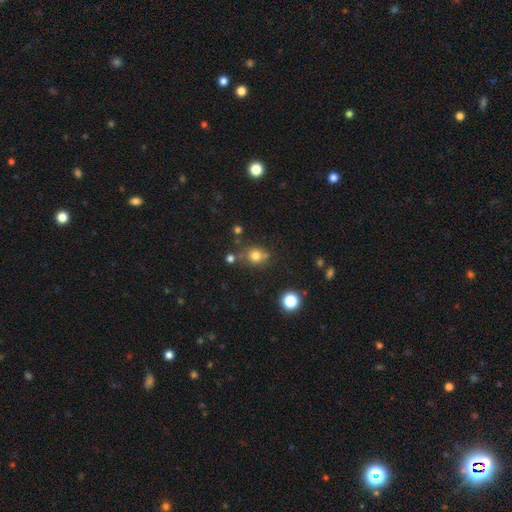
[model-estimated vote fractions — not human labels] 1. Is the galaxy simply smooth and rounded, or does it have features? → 76% smooth, 15% star or artifact, 9% featured or disk.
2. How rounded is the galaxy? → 70% round, 29% in between, 1% cigar-shaped.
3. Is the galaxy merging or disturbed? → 64% none, 18% minor disturbance, 12% merger, 6% major disturbance.